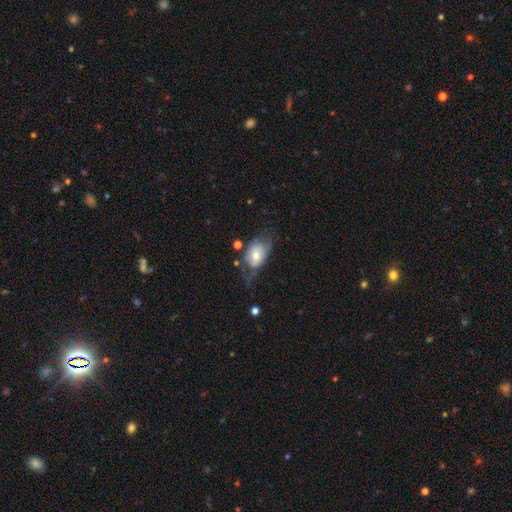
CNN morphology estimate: A smooth galaxy with no disk features (55%) that is in between round and cigar-shaped (75%). Merging: none (33%).